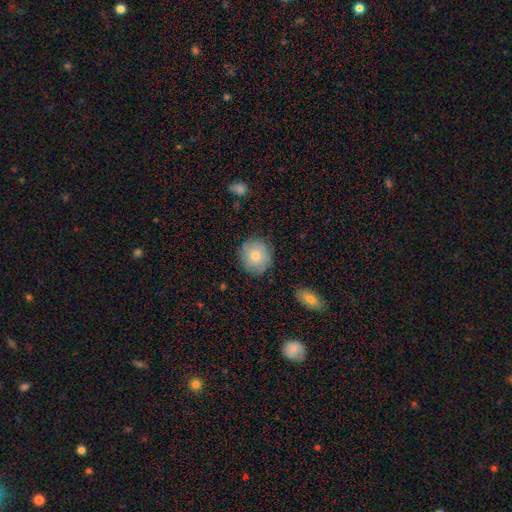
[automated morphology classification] Smooth or featured? smooth (76%)
How rounded? round (88%)
Merging? none (83%)